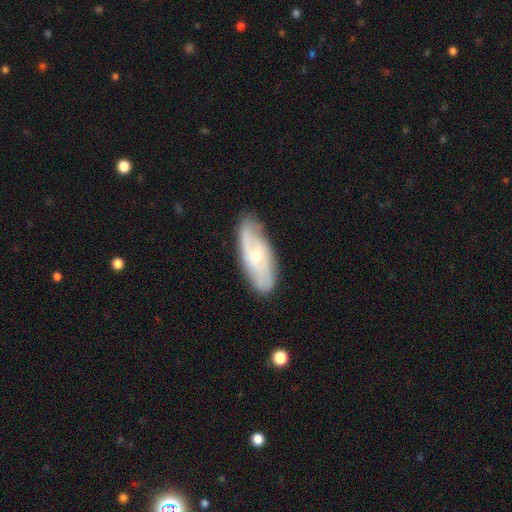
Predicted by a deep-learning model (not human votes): Smooth or featured: featured or disk — 61% (smooth — 33%)
Edge-on disk: no — 84% (yes — 16%)
Bar: no — 69% (weak — 26%)
Spiral arms: yes — 79% (no — 21%)
Bulge size: small — 58% (moderate — 38%)
Merging: none — 79% (minor disturbance — 16%)